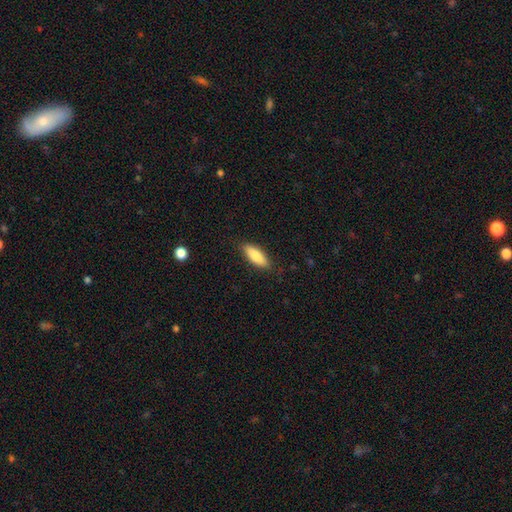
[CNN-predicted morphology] smooth_or_featured: smooth (p=0.83) [alt: featured or disk p=0.11]
how_rounded: in between (p=0.59) [alt: cigar-shaped p=0.39]
merging: none (p=0.85) [alt: minor disturbance p=0.11]